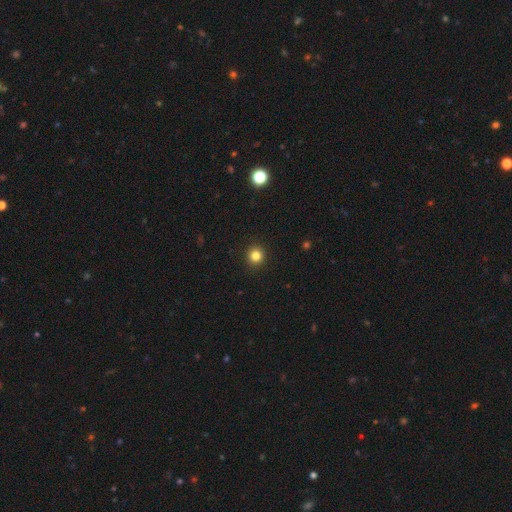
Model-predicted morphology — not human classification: Smooth or featured?
  - smooth: 83% *
  - star or artifact: 13%
  - featured or disk: 5%
How rounded?
  - round: 94% *
  - in between: 5%
  - cigar-shaped: 1%
Merging?
  - none: 93% *
  - minor disturbance: 4%
  - major disturbance: 2%
  - merger: 1%